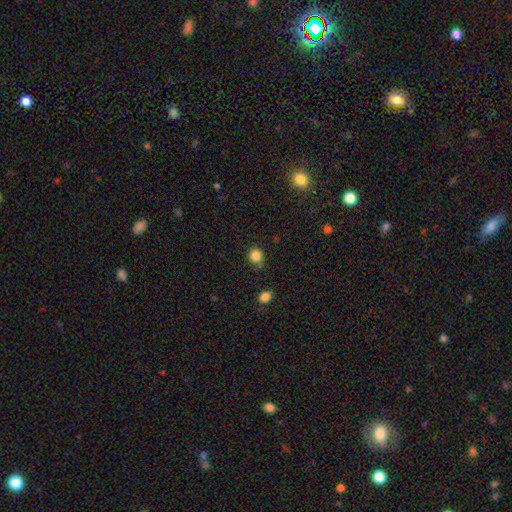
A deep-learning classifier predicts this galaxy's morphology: The model was most divided on "merging": none: 77%, minor disturbance: 15%, merger: 5%, major disturbance: 3%. More confident: how rounded — round (87%); smooth or featured — smooth (83%).